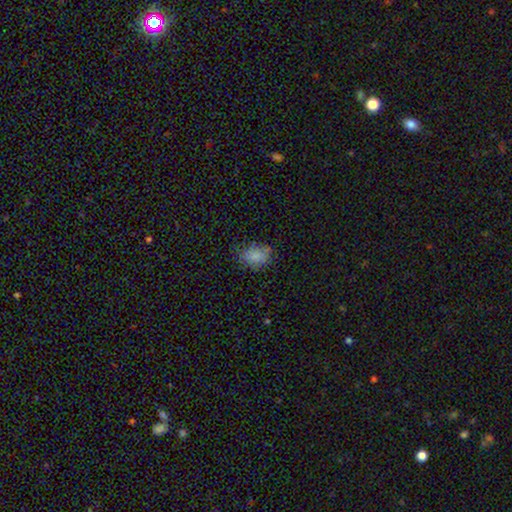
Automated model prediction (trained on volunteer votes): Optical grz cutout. It shows a smooth galaxy with no disk features (81%) that is in between round and cigar-shaped (74%). Merging: none (67%).